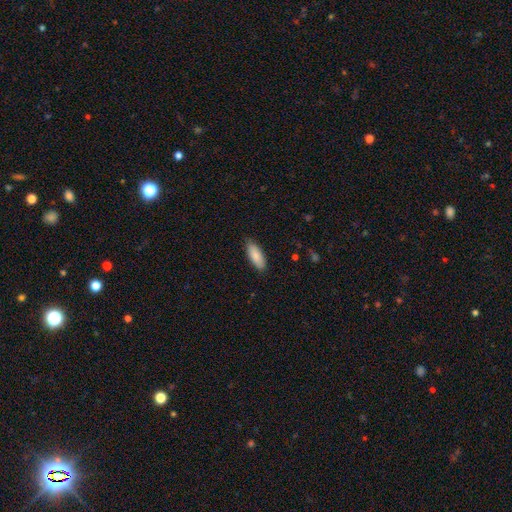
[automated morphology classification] Smooth or featured?
  - smooth: 88% *
  - featured or disk: 7%
  - star or artifact: 6%
How rounded?
  - in between: 72% *
  - cigar-shaped: 27%
  - round: 2%
Merging?
  - none: 86% *
  - minor disturbance: 11%
  - major disturbance: 2%
  - merger: 1%